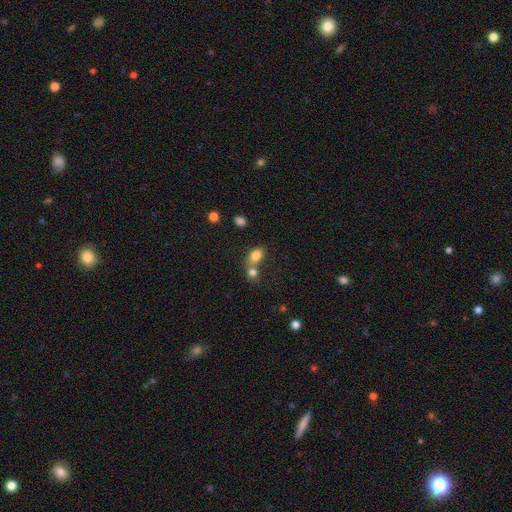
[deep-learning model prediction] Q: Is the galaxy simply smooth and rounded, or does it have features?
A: smooth — 80%.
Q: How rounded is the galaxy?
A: in between — 75%.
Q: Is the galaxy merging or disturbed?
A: merger — 48%.